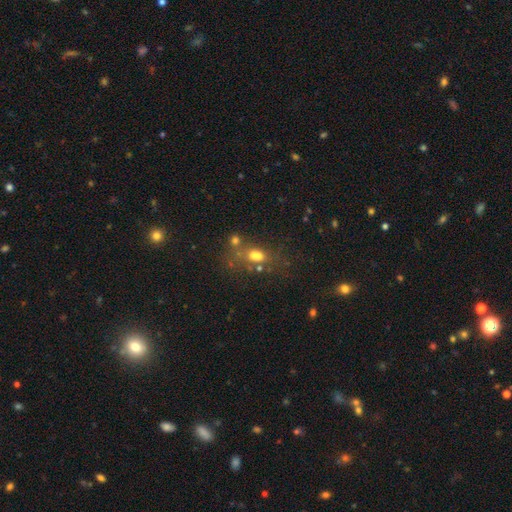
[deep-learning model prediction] smooth_or_featured: smooth (p=0.61) [alt: star or artifact p=0.21]
how_rounded: in between (p=0.65) [alt: round p=0.28]
merging: none (p=0.46) [alt: merger p=0.29]